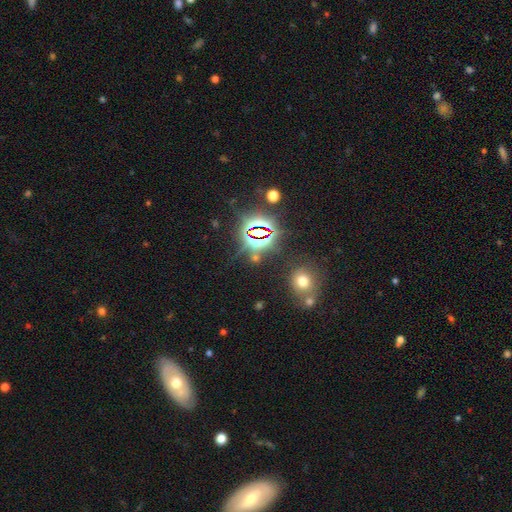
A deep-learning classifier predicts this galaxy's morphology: A star or artifact, not a galaxy (71%).

Vote fractions:
- Smooth or featured? star or artifact: 71% / smooth: 20% / featured or disk: 9%